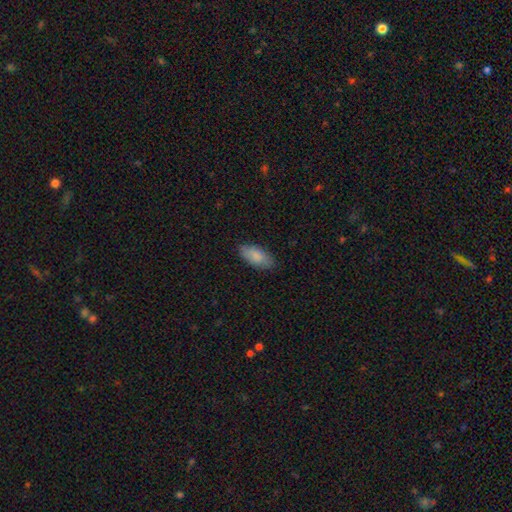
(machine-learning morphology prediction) The model was most divided on "merging": none: 83%, minor disturbance: 13%, major disturbance: 3%, merger: 1%. More confident: how rounded — in between (90%); smooth or featured — smooth (86%).